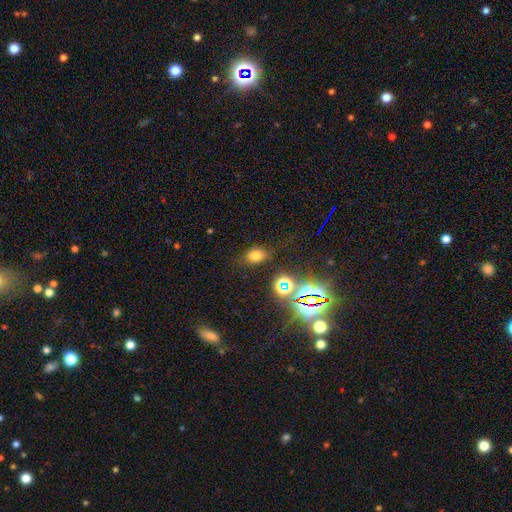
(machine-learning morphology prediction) smooth 68%, star or artifact 23%, featured or disk 9%. Down the decision tree: how rounded — in between (70%); merging — none (78%).